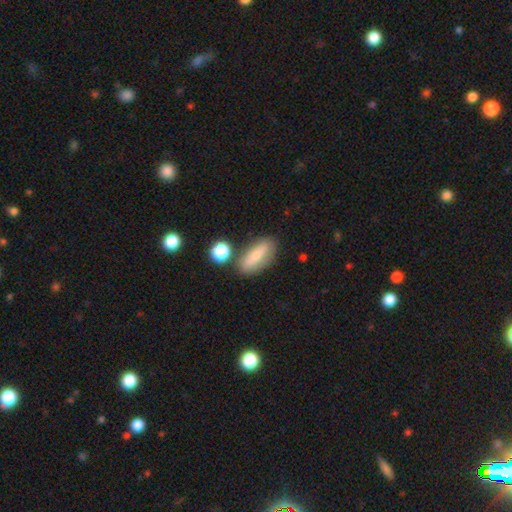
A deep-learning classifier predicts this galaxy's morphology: Smooth or featured: smooth — 72% (featured or disk — 20%)
How rounded: in between — 70% (cigar-shaped — 26%)
Merging: none — 73% (minor disturbance — 15%)